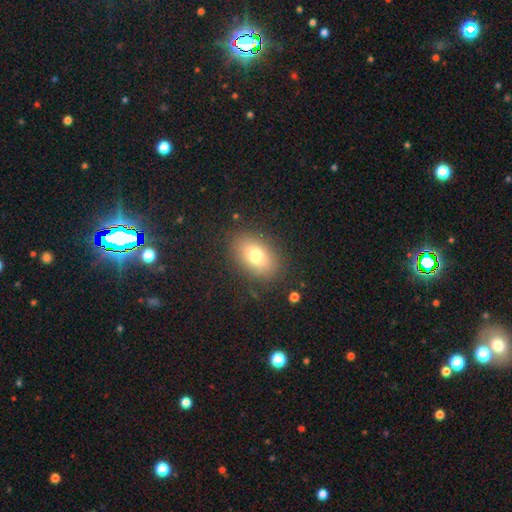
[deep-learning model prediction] Overall: smooth (74%). How rounded: in between (82%). Merging: none (84%).